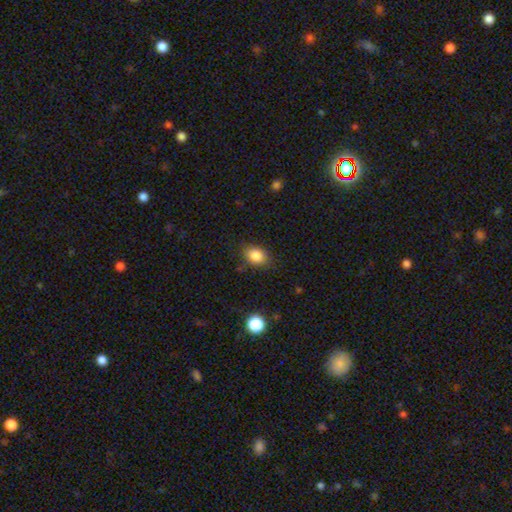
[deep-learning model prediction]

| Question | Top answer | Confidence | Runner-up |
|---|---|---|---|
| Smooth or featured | smooth | 84% | star or artifact (10%) |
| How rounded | in between | 72% | round (27%) |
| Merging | none | 79% | minor disturbance (15%) |